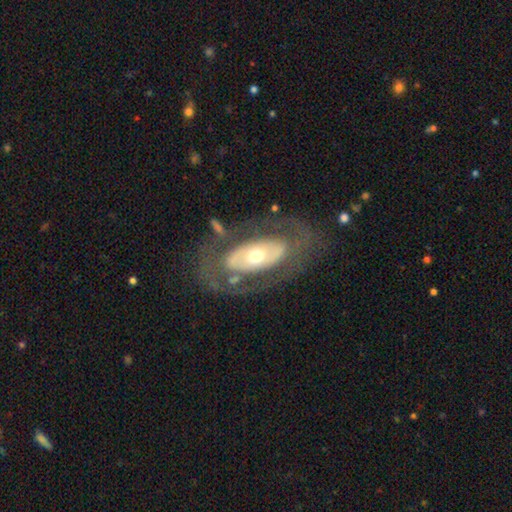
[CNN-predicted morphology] featured or disk 69%, smooth 26%, star or artifact 5%. Down the decision tree: edge-on disk — no (90%); bar — no (76%); spiral arms — no (67%); bulge size — moderate (63%); merging — none (71%).